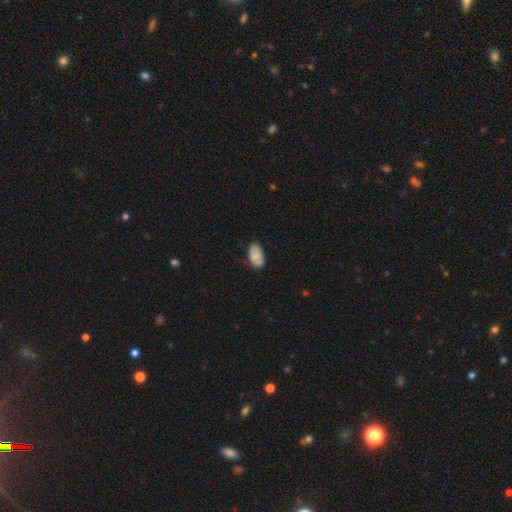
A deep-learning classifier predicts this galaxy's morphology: smooth_or_featured: smooth (p=0.80) [alt: featured or disk p=0.13]
how_rounded: in between (p=0.95) [alt: round p=0.03]
merging: none (p=0.78) [alt: minor disturbance p=0.18]